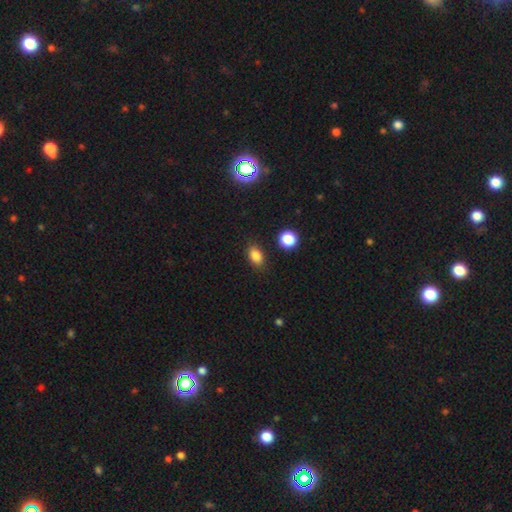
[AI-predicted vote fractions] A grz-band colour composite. It shows a smooth galaxy with no disk features (85%) that is in between round and cigar-shaped (81%). Merging: none (86%).